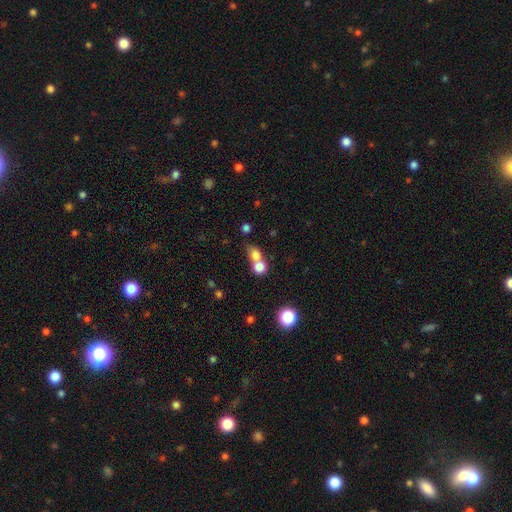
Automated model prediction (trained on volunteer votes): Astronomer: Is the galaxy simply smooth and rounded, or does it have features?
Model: smooth — 77%.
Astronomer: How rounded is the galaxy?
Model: round — 67%.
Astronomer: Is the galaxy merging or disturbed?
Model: merger — 60%.